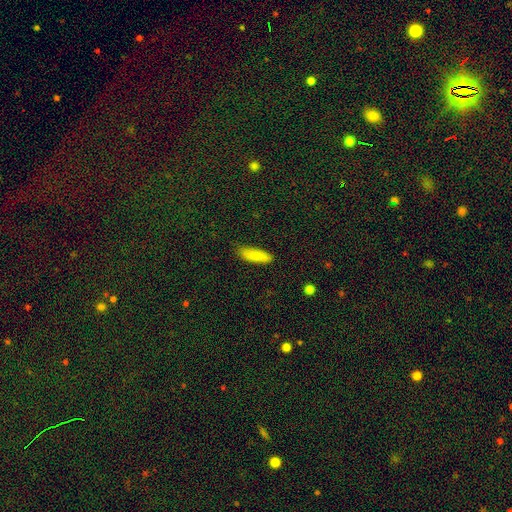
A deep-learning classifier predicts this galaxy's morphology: Overall: smooth (86%). How rounded: cigar-shaped (51%; in between 48%). Merging: none (83%).